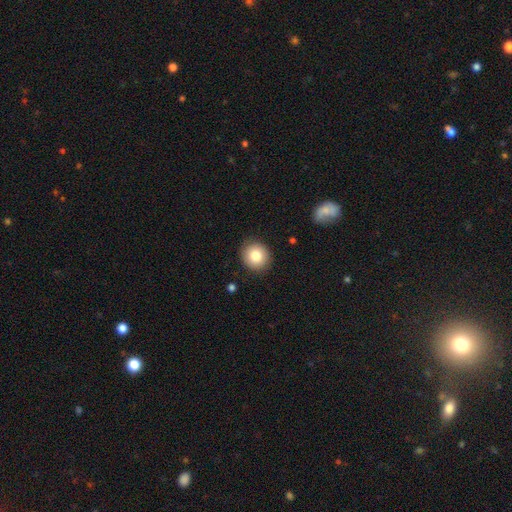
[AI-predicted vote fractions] smooth_or_featured: smooth (p=0.81) [alt: featured or disk p=0.10]
how_rounded: round (p=0.90) [alt: in between p=0.10]
merging: none (p=0.89) [alt: minor disturbance p=0.08]